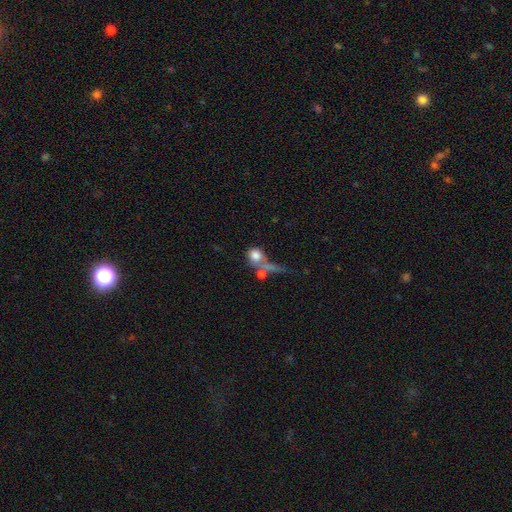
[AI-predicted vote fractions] Morphology: type=smooth (70%); roundness=round (72%); merging=merger (38%).